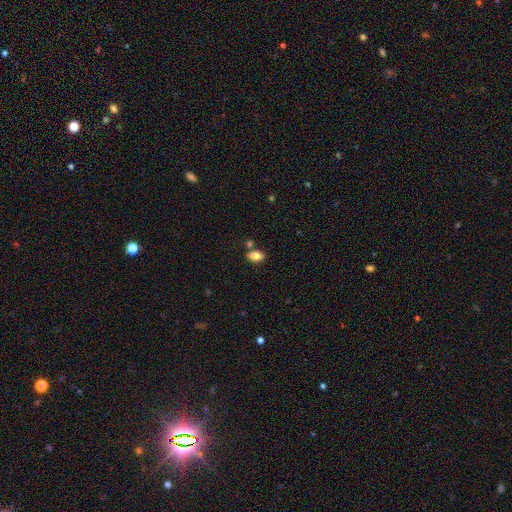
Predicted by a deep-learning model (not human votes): Smooth or featured: smooth — 80% (featured or disk — 12%)
How rounded: in between — 87% (round — 9%)
Merging: none — 74% (minor disturbance — 12%)